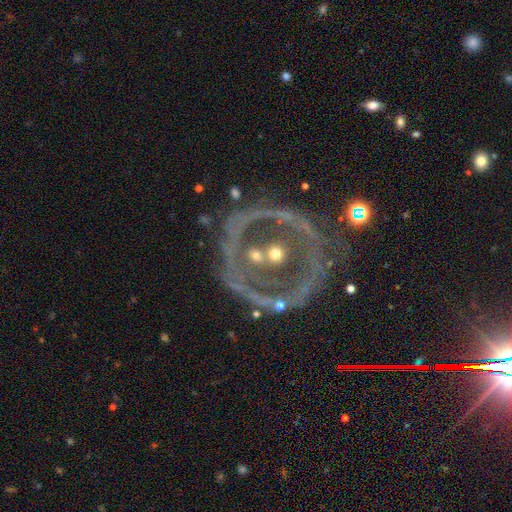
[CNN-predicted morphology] featured or disk 68%, smooth 22%, star or artifact 10%. Down the decision tree: edge-on disk — no (94%); bar — no (84%); spiral arms — no (74%); bulge size — moderate (62%); merging — none (62%).